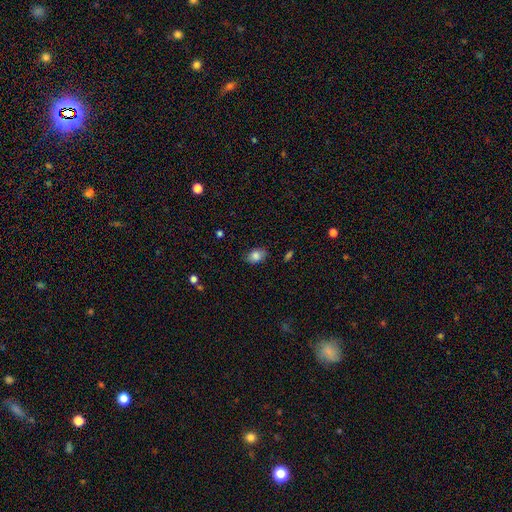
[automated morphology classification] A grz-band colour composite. It shows a smooth galaxy with no disk features (82%) that is in between round and cigar-shaped (82%). Merging: none (79%).